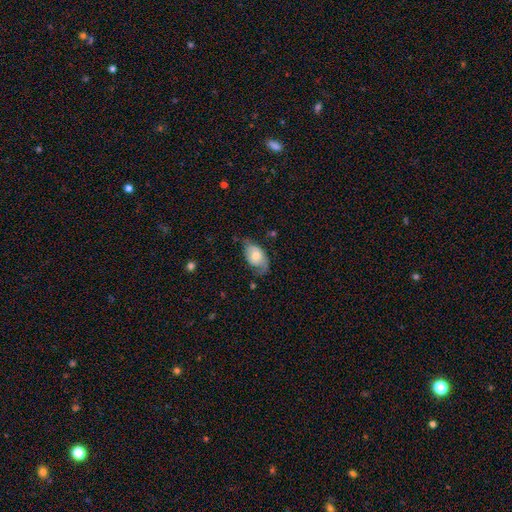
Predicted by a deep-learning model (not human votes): Smooth or featured?
  - smooth: 54% *
  - featured or disk: 40%
  - star or artifact: 7%
How rounded?
  - in between: 90% *
  - round: 8%
  - cigar-shaped: 2%
Merging?
  - none: 48% *
  - minor disturbance: 33%
  - major disturbance: 17%
  - merger: 2%